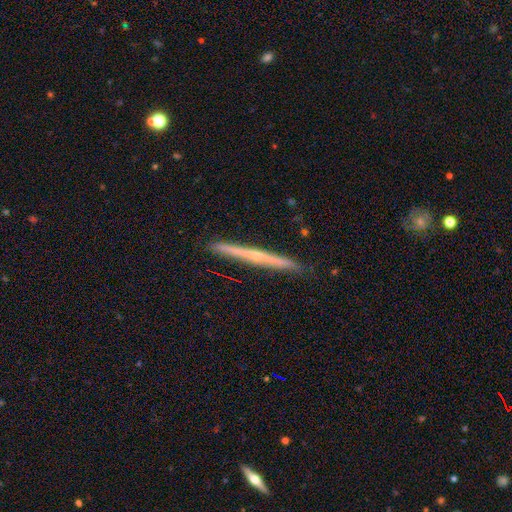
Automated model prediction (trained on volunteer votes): The model was most divided on "edge-on bulge": rounded: 56%, none: 41%, boxy: 3%. More confident: edge-on disk — yes (98%); merging — none (91%); smooth or featured — featured or disk (71%).